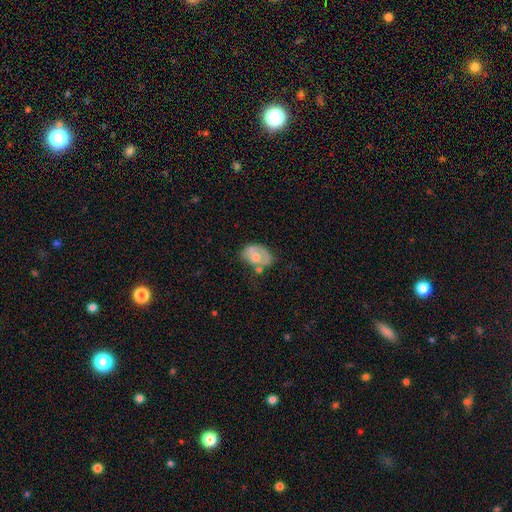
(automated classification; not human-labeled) Q: Smooth or featured?
A: smooth (53%); runner-up: featured or disk (39%)
Q: How rounded?
A: in between (79%); runner-up: round (19%)
Q: Merging?
A: none (38%); runner-up: minor disturbance (30%)